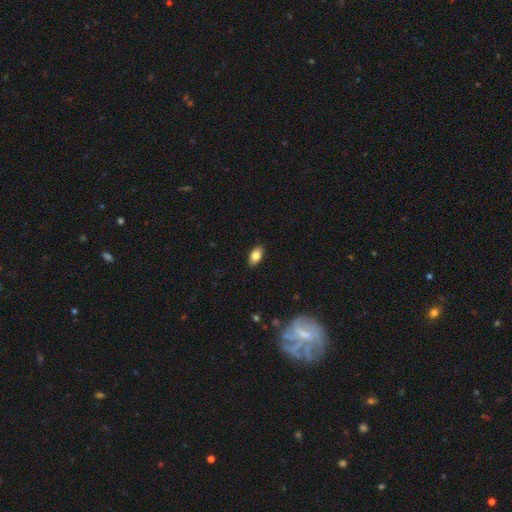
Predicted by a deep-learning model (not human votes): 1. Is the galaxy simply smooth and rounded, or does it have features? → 82% smooth, 11% featured or disk, 7% star or artifact.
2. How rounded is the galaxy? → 92% in between, 5% round, 3% cigar-shaped.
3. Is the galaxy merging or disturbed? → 89% none, 9% minor disturbance, 2% major disturbance, 1% merger.